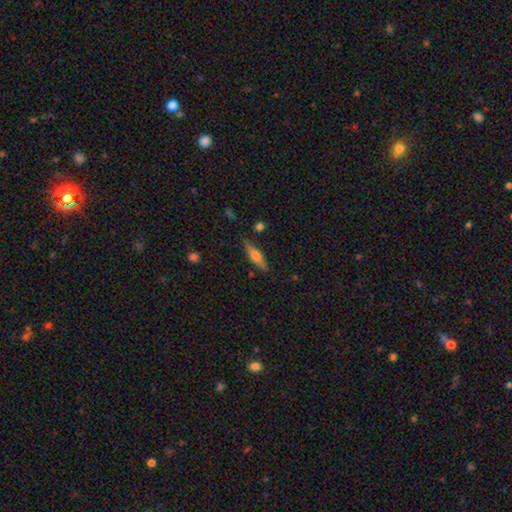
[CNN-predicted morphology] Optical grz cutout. It shows a featured or disk galaxy (49%). Merging: none (85%).